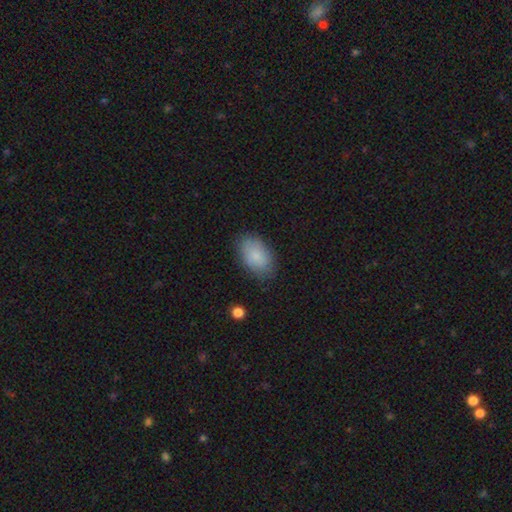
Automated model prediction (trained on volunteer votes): smooth 83%, featured or disk 10%, star or artifact 7%. Down the decision tree: how rounded — in between (91%); merging — none (80%).